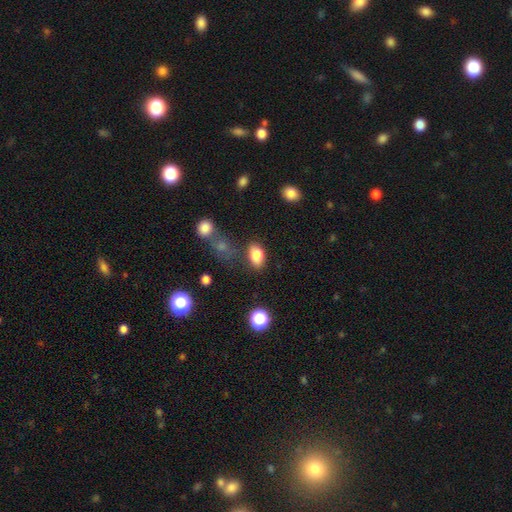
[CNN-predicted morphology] A smooth galaxy with no disk features (82%) that is in between round and cigar-shaped (85%). Merging: none (72%).